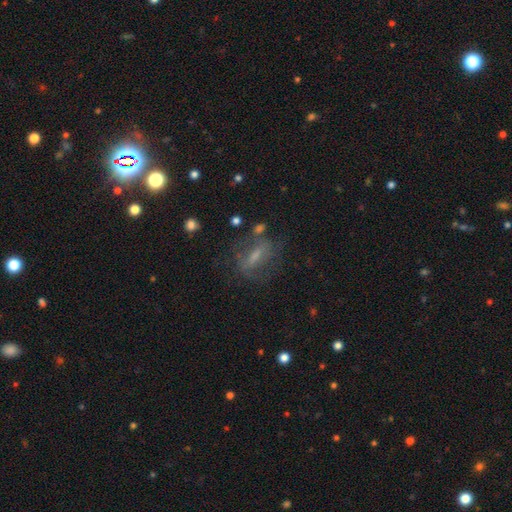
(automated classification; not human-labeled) This appears to be a featured or disk galaxy (48%). Merging: none (62%).